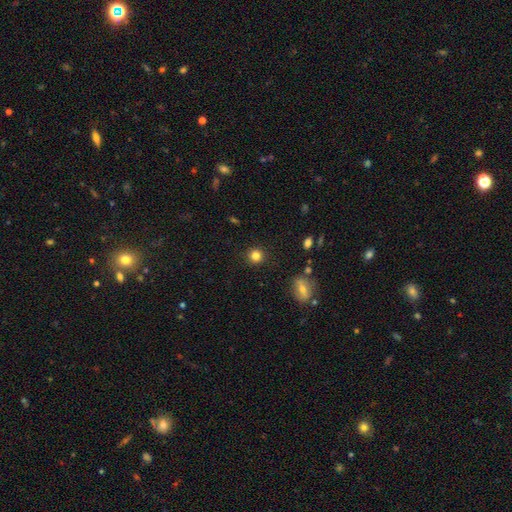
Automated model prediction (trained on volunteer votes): smooth_or_featured: smooth (p=0.82) [alt: star or artifact p=0.12]
how_rounded: round (p=0.92) [alt: in between p=0.07]
merging: none (p=0.90) [alt: minor disturbance p=0.07]